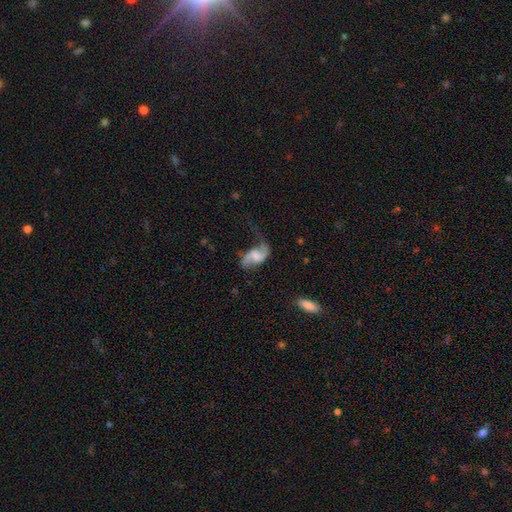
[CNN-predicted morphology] smooth-or-featured: featured or disk: 72% | smooth: 21% | star or artifact: 7%
  disk-edge-on: no: 97% | yes: 3%
    bar: weak: 46% | no: 39% | strong: 15%
    has-spiral-arms: yes: 90% | no: 10%
      spiral-winding: loose: 74% | medium: 21% | tight: 5%
      spiral-arm-count: 2: 85% | 1: 9% | can't tell: 4% | 3: 1% | 4: 1% | more than 4: 1%
    bulge-size: none: 39% | moderate: 25% | small: 24% | large: 10% | dominant: 2%
  merging: none: 41% | major disturbance: 31% | minor disturbance: 23% | merger: 5%